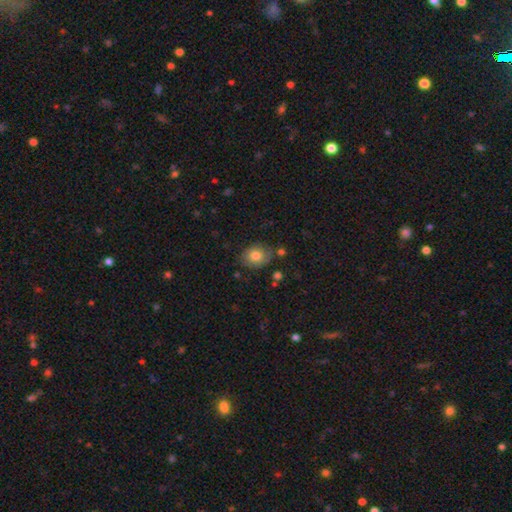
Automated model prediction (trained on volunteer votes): This is clearly a smooth galaxy (80%). How rounded: possibly in between (52%). Merging: likely none (77%).